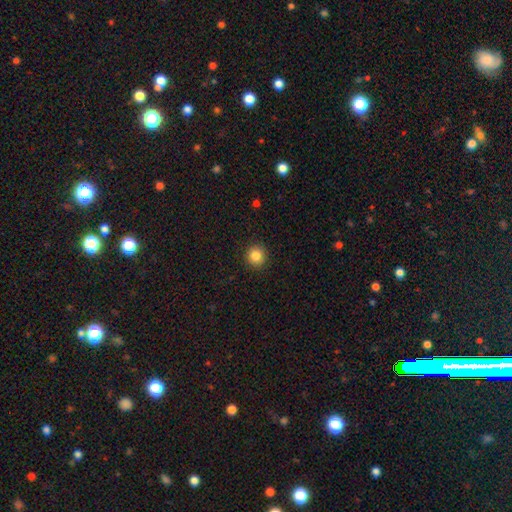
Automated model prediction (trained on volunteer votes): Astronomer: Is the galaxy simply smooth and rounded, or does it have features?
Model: smooth — 85%.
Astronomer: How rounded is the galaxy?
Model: round — 93%.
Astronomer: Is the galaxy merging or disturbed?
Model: none — 92%.